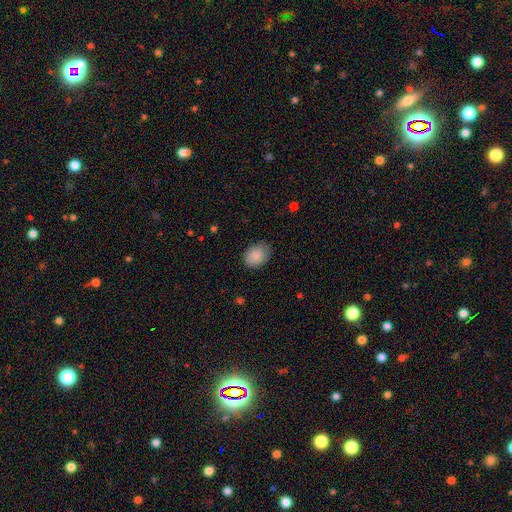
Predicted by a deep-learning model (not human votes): A smooth galaxy with no disk features (88%) that is in between round and cigar-shaped (68%). Merging: none (81%).